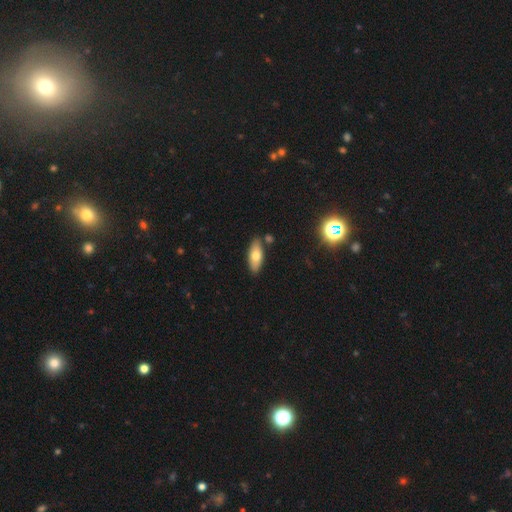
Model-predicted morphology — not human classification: Smooth or featured?
  - smooth: 70% *
  - featured or disk: 23%
  - star or artifact: 7%
How rounded?
  - in between: 77% *
  - cigar-shaped: 21%
  - round: 3%
Merging?
  - none: 81% *
  - minor disturbance: 12%
  - merger: 5%
  - major disturbance: 2%